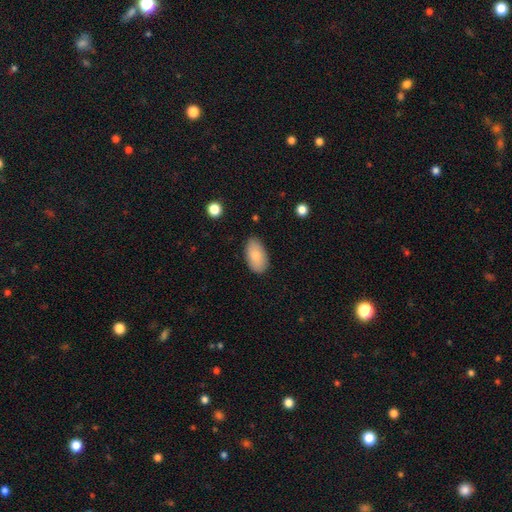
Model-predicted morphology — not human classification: smooth_or_featured: smooth (p=0.83) [alt: featured or disk p=0.11]
how_rounded: in between (p=0.95) [alt: round p=0.03]
merging: none (p=0.84) [alt: minor disturbance p=0.12]